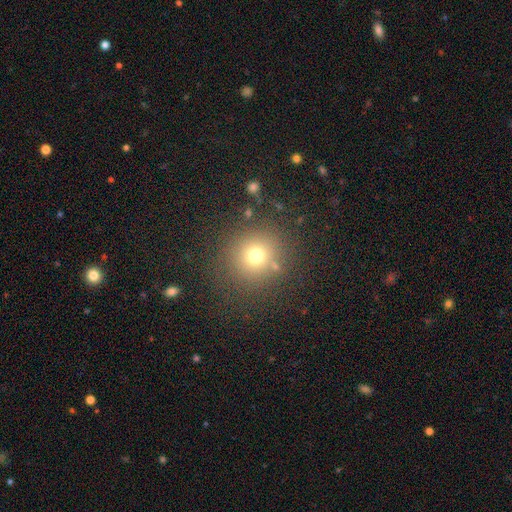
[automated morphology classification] smooth 71%, star or artifact 19%, featured or disk 10%. Down the decision tree: how rounded — round (91%); merging — none (83%).